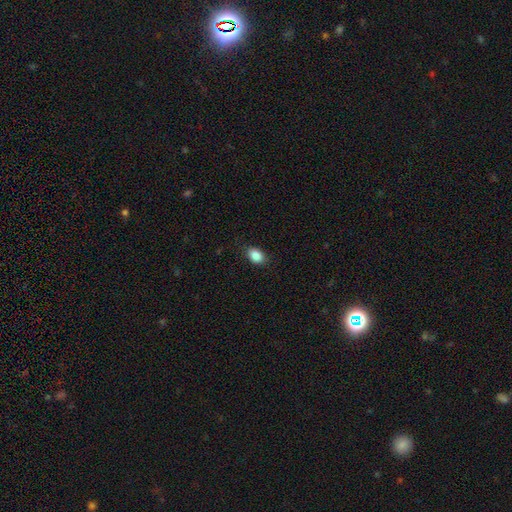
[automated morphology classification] Q: Smooth or featured?
A: smooth (88%); runner-up: star or artifact (8%)
Q: How rounded?
A: in between (84%); runner-up: round (15%)
Q: Merging?
A: none (84%); runner-up: minor disturbance (12%)